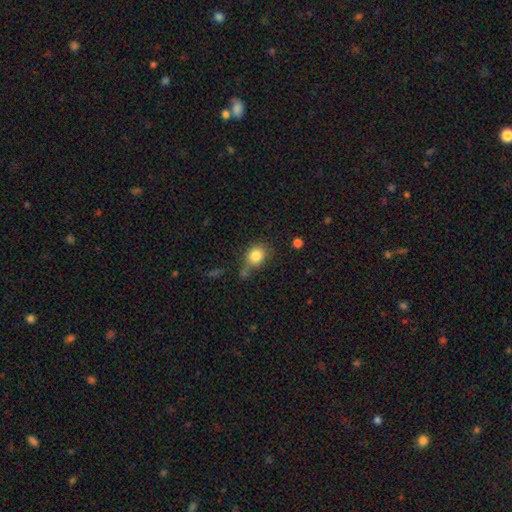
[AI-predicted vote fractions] Morphology: type=smooth (83%); roundness=round (68%); merging=none (57%).